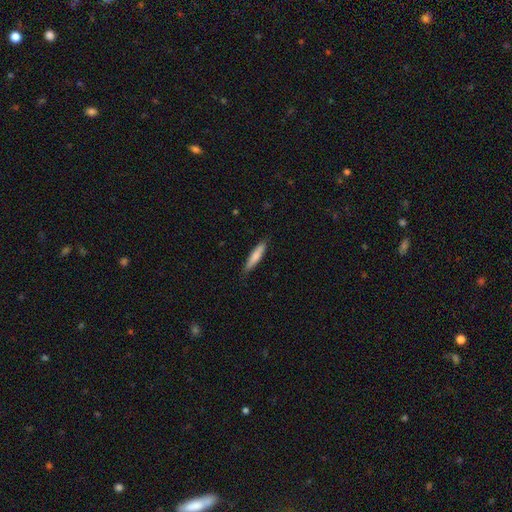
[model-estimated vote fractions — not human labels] Overall: smooth (76%). How rounded: cigar-shaped (87%). Merging: none (84%).